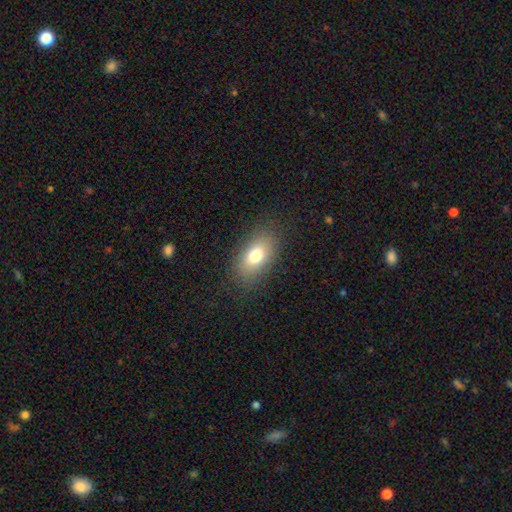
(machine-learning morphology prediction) Smooth or featured? Predicted: smooth (p=0.76). How rounded? Predicted: in between (p=0.88). Merging? Predicted: none (p=0.83).